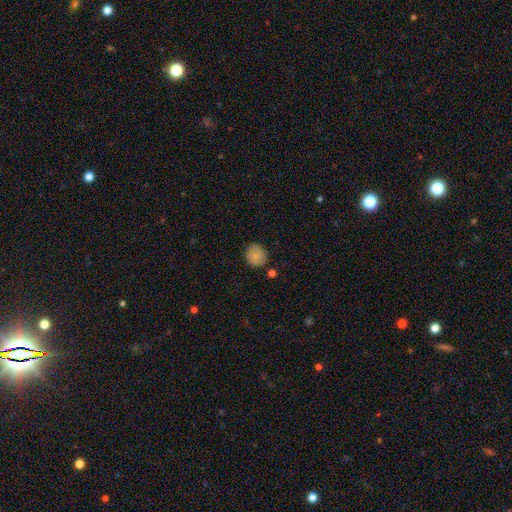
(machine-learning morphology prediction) Smooth or featured?
  - smooth: 83% *
  - featured or disk: 9%
  - star or artifact: 8%
How rounded?
  - round: 73% *
  - in between: 26%
  - cigar-shaped: 1%
Merging?
  - none: 75% *
  - minor disturbance: 18%
  - merger: 4%
  - major disturbance: 3%